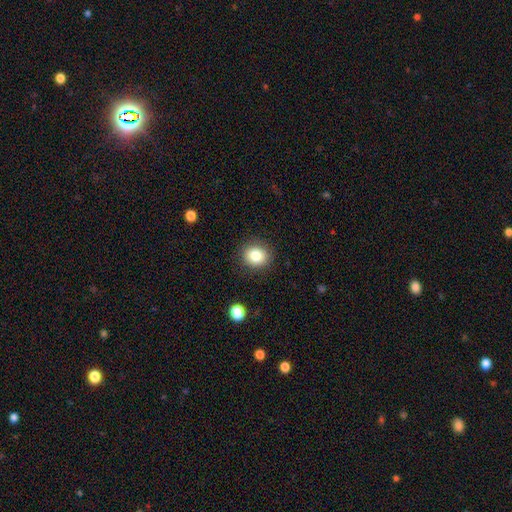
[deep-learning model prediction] Q: Smooth or featured?
A: smooth (82%); runner-up: star or artifact (10%)
Q: How rounded?
A: round (79%); runner-up: in between (20%)
Q: Merging?
A: none (89%); runner-up: minor disturbance (8%)